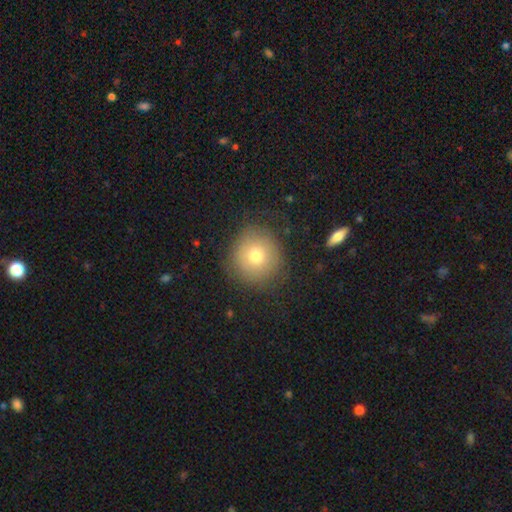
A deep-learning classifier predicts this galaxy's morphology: The model was most divided on "smooth or featured": smooth: 73%, featured or disk: 16%, star or artifact: 11%. More confident: how rounded — round (90%); merging — none (81%).